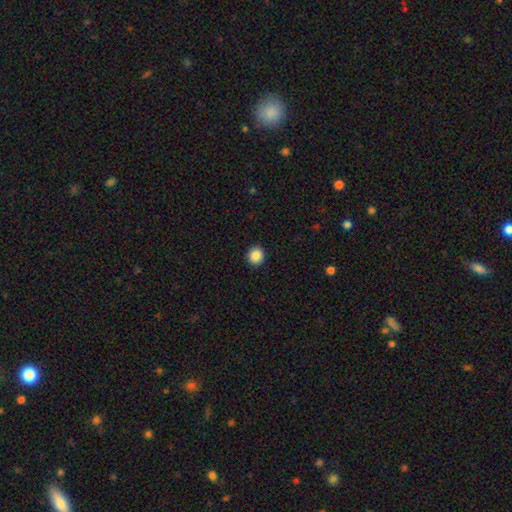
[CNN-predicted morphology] Smooth or featured?
  - smooth: 87% *
  - star or artifact: 10%
  - featured or disk: 4%
How rounded?
  - round: 92% *
  - in between: 7%
  - cigar-shaped: 1%
Merging?
  - none: 93% *
  - minor disturbance: 5%
  - major disturbance: 2%
  - merger: 1%